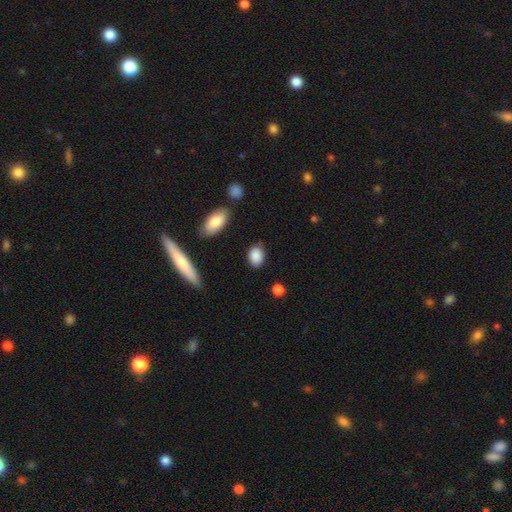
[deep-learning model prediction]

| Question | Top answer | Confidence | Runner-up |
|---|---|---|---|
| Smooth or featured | smooth | 88% | star or artifact (7%) |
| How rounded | in between | 71% | round (27%) |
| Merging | none | 81% | minor disturbance (13%) |